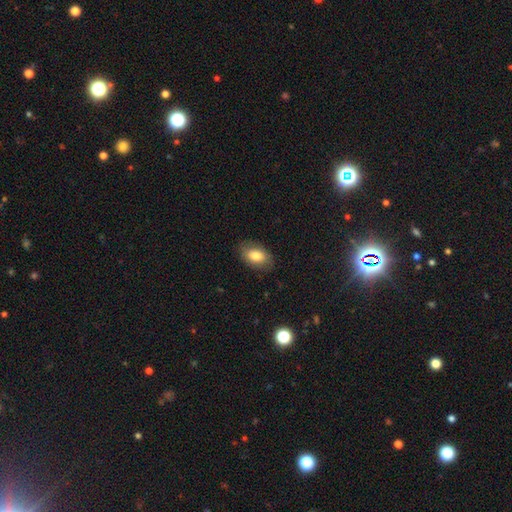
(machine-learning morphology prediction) This appears to be a smooth galaxy with no disk features (81%) that is in between round and cigar-shaped (89%). Merging: none (83%).